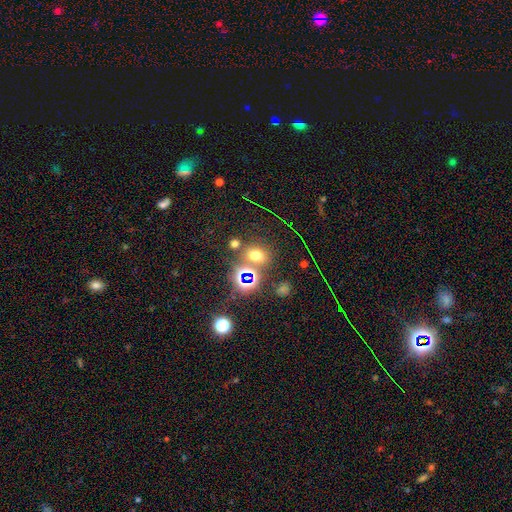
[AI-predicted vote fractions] Smooth or featured? smooth (50%)
How rounded? round (58%)
Merging? none (72%)